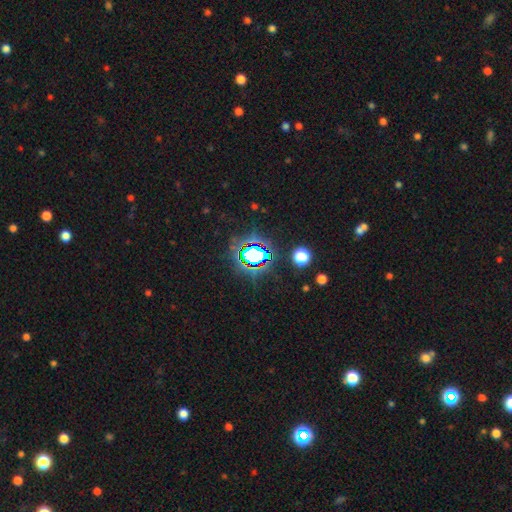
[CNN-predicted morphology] A star or artifact, not a galaxy (69%).

Vote fractions:
- Smooth or featured? star or artifact: 69% / smooth: 19% / featured or disk: 12%